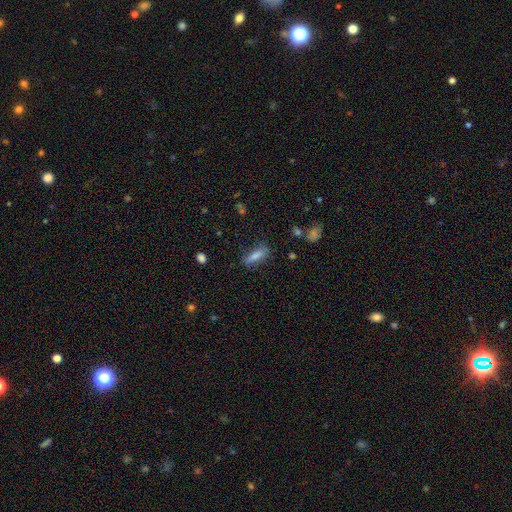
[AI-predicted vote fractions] Morphology: type=smooth (76%); roundness=cigar-shaped (55%); merging=none (74%).